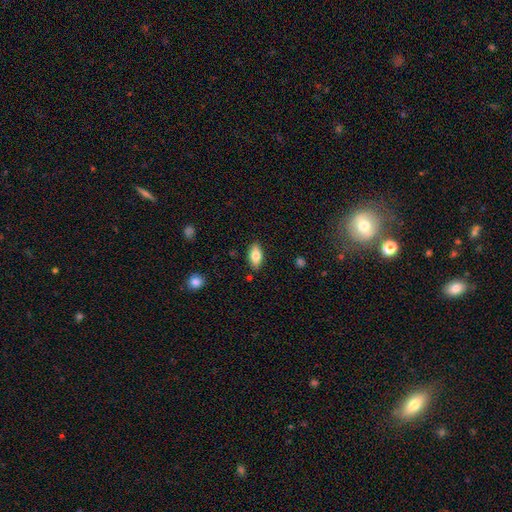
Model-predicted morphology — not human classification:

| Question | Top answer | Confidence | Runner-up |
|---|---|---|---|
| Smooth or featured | smooth | 78% | featured or disk (15%) |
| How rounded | in between | 87% | cigar-shaped (10%) |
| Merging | none | 85% | minor disturbance (11%) |